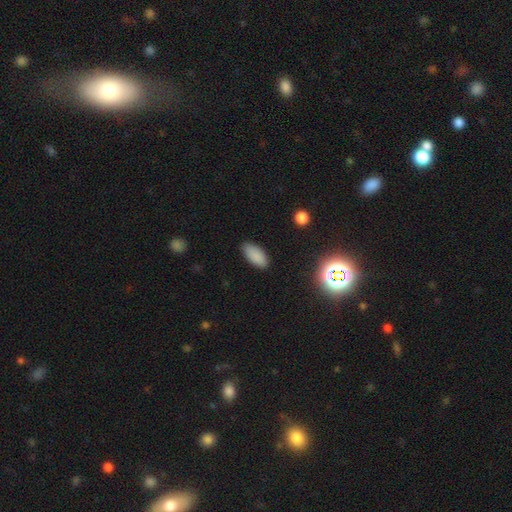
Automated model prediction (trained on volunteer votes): Morphology: type=smooth (87%); roundness=in between (91%); merging=none (86%).